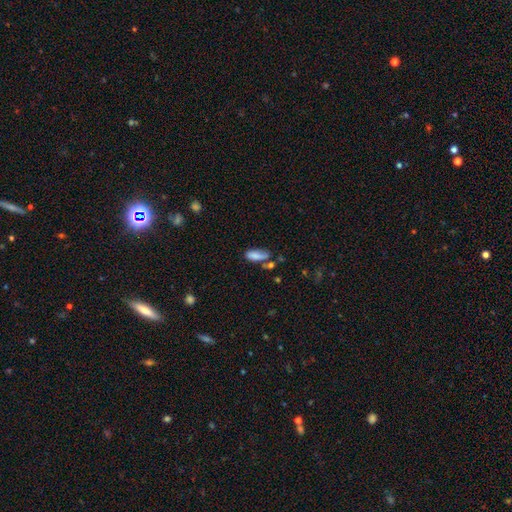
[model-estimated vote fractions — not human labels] Smooth or featured: smooth — 81% (featured or disk — 10%)
How rounded: in between — 69% (cigar-shaped — 29%)
Merging: none — 49% (minor disturbance — 25%)